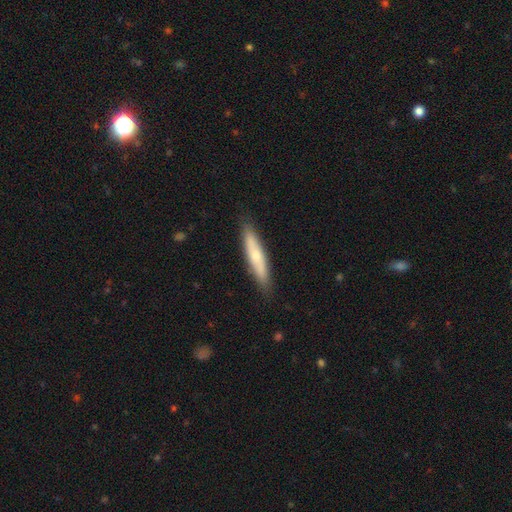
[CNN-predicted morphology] A smooth galaxy with no disk features (57%) that is cigar-shaped (86%).

Vote fractions:
- Smooth or featured? smooth: 57% / featured or disk: 38% / star or artifact: 6%
- How rounded? cigar-shaped: 86% / in between: 13% / round: 2%
- Merging? none: 86% / minor disturbance: 11% / major disturbance: 2% / merger: 1%